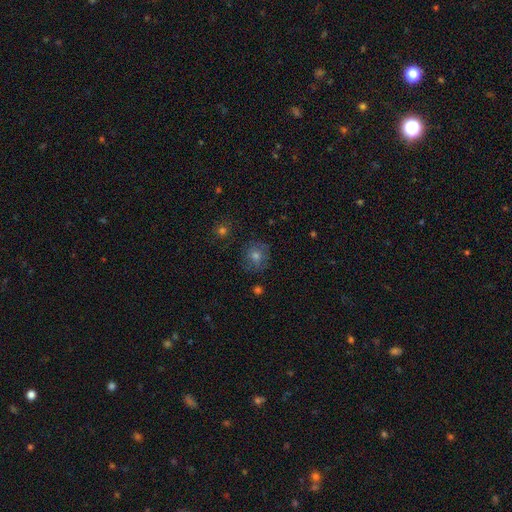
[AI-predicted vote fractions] A smooth galaxy with no disk features (50%) that is round (85%). Merging: none (80%).